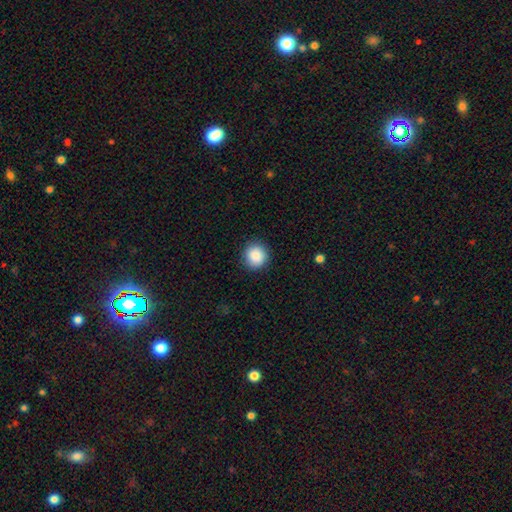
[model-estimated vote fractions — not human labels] Smooth or featured?
  - smooth: 88% *
  - star or artifact: 8%
  - featured or disk: 4%
How rounded?
  - round: 92% *
  - in between: 7%
  - cigar-shaped: 1%
Merging?
  - none: 90% *
  - minor disturbance: 6%
  - major disturbance: 2%
  - merger: 1%